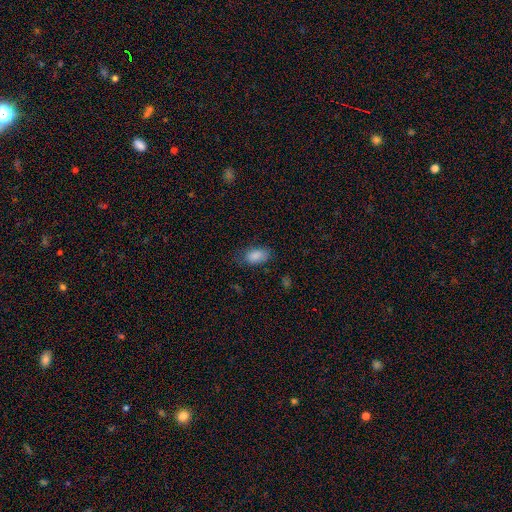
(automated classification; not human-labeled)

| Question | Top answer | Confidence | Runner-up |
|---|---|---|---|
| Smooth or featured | smooth | 86% | star or artifact (8%) |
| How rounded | in between | 92% | round (6%) |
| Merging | none | 70% | minor disturbance (22%) |